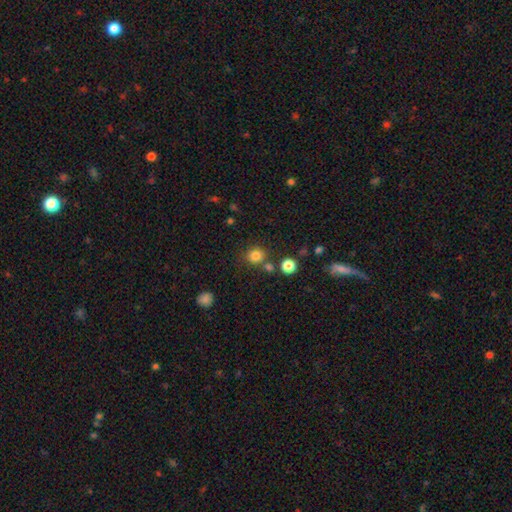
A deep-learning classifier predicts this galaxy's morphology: Overall: smooth (81%). How rounded: round (84%). Merging: none (74%).